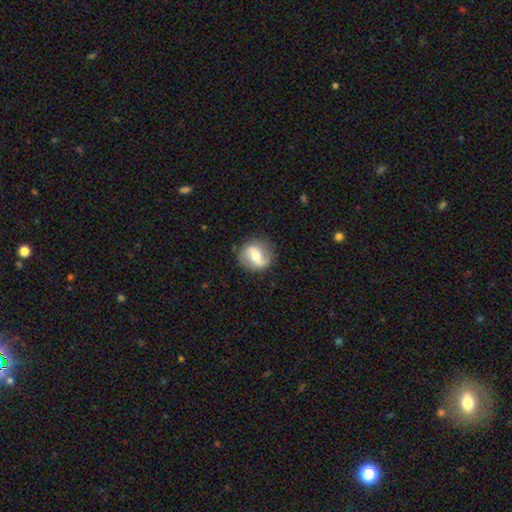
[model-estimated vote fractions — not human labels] smooth-or-featured: featured or disk: 63% | smooth: 30% | star or artifact: 7%
  disk-edge-on: no: 96% | yes: 4%
    bar: weak: 43% | strong: 30% | no: 28%
    has-spiral-arms: yes: 85% | no: 15%
      spiral-winding: loose: 49% | medium: 35% | tight: 16%
      spiral-arm-count: 2: 83% | 1: 9% | can't tell: 6% | 3: 1% | 4: 1% | more than 4: 1%
    bulge-size: moderate: 61% | small: 28% | large: 8% | none: 2% | dominant: 2%
  merging: none: 81% | minor disturbance: 14% | major disturbance: 5% | merger: 1%